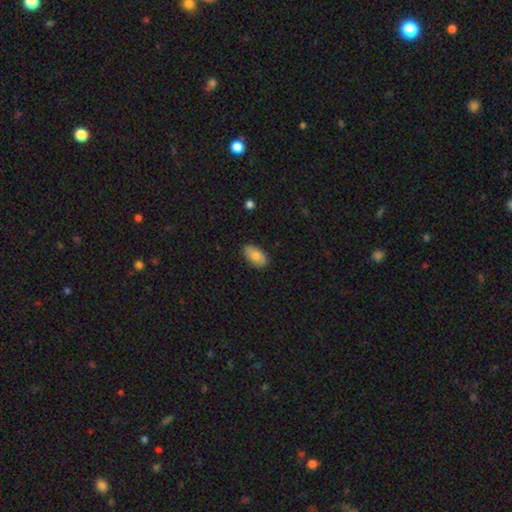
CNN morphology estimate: This is likely a smooth galaxy (77%). How rounded: clearly in between (94%). Merging: clearly none (84%).